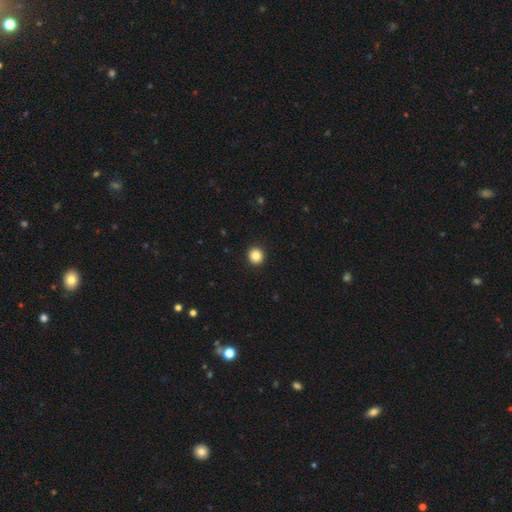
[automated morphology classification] Smooth or featured: smooth — 85% (star or artifact — 10%)
How rounded: round — 92% (in between — 7%)
Merging: none — 93% (minor disturbance — 4%)